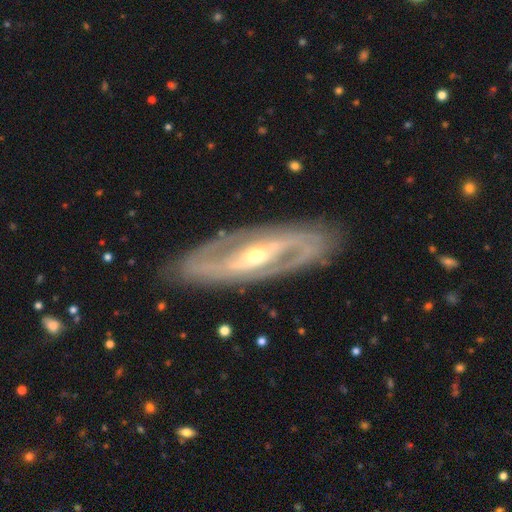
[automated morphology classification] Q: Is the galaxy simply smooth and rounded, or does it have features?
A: featured or disk — 87%.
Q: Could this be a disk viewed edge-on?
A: no — 87%.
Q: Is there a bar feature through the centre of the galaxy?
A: no — 35%.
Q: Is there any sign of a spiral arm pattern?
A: yes — 81%.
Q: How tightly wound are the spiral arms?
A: tight — 47%.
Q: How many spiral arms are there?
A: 2 — 76%.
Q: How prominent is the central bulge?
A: moderate — 53%.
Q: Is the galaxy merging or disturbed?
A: none — 83%.